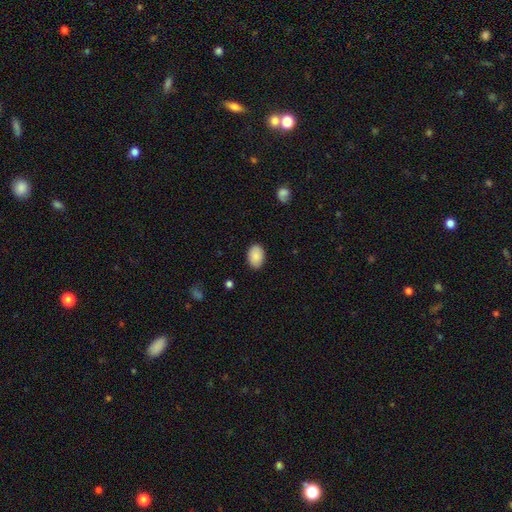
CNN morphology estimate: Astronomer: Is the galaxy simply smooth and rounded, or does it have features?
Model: smooth — 88%.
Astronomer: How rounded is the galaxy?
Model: in between — 86%.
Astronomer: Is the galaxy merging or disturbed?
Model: none — 87%.